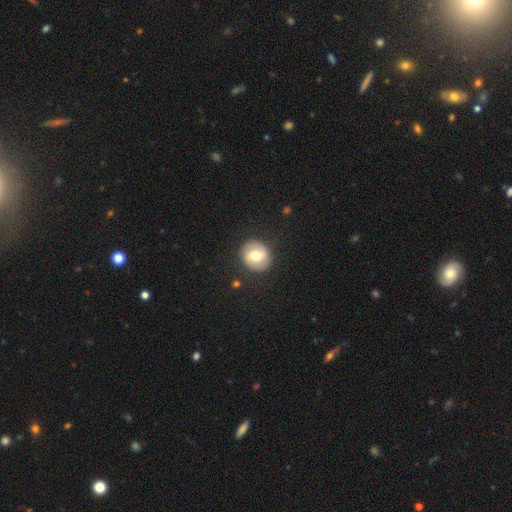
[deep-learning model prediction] The model was most divided on "smooth or featured": smooth: 54%, featured or disk: 39%, star or artifact: 7%. More confident: how rounded — round (87%); merging — none (87%).